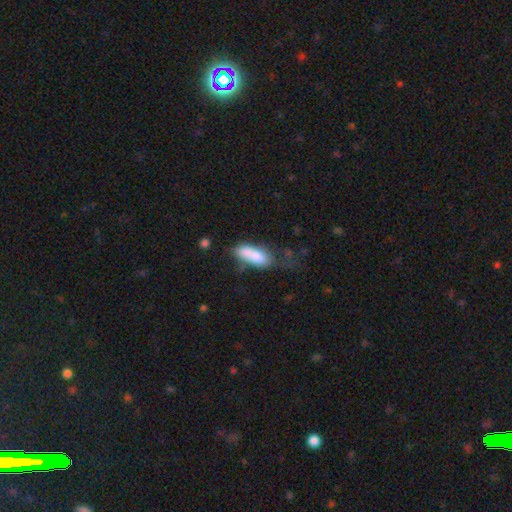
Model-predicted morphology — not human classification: The model was most divided on "merging": none: 35%, minor disturbance: 25%, merger: 23%, major disturbance: 17%. More confident: how rounded — in between (78%); smooth or featured — smooth (73%).